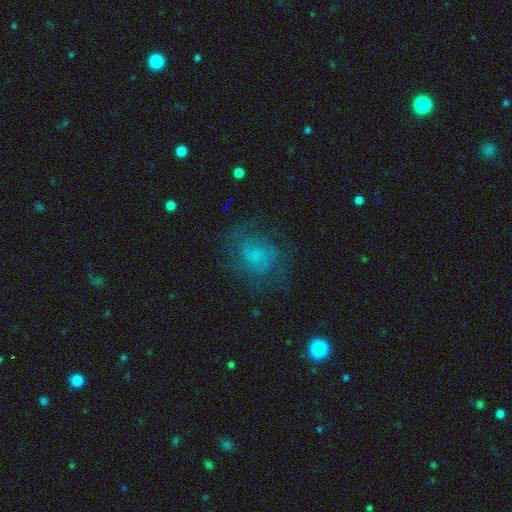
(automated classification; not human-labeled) A smooth galaxy with no disk features (45%).

Vote fractions:
- Smooth or featured? smooth: 45% / featured or disk: 36% / star or artifact: 18%
- Merging? none: 67% / minor disturbance: 18% / major disturbance: 14% / merger: 1%